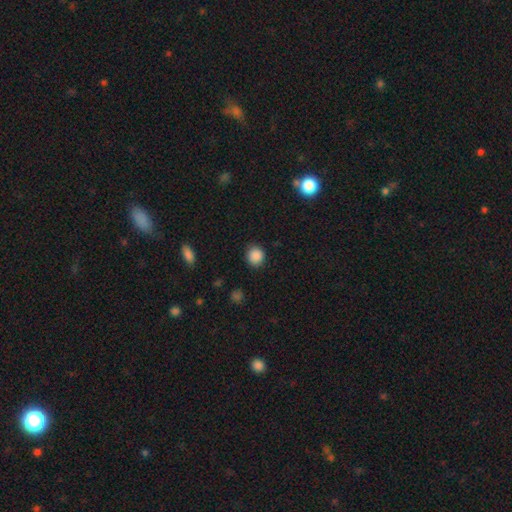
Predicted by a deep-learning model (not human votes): Overall: smooth (88%). How rounded: round (89%). Merging: none (89%).